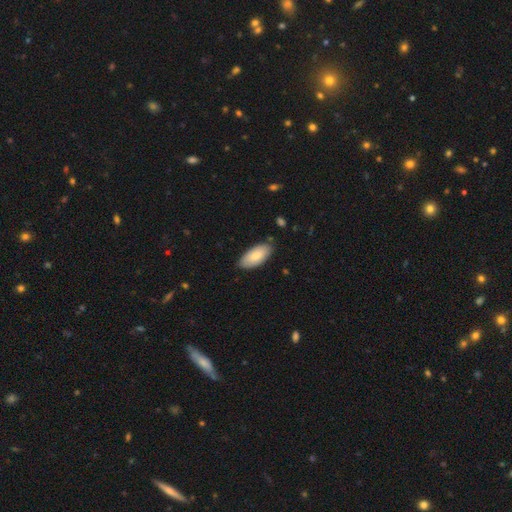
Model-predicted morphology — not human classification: Smooth or featured? smooth (82%)
How rounded? in between (92%)
Merging? none (83%)